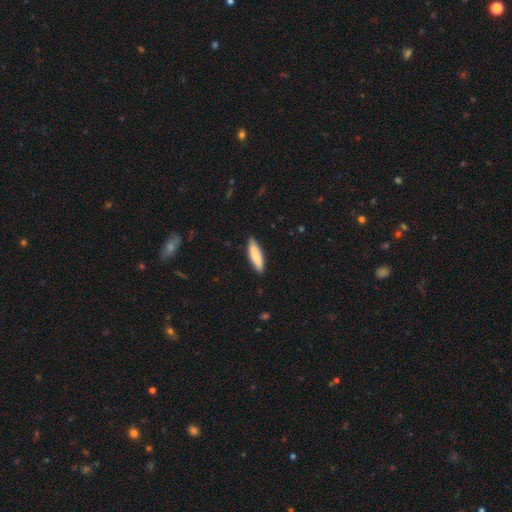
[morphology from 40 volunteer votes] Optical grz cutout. It shows a smooth galaxy with no disk features (78%) that is cigar-shaped (74%). Merging: none (92%).